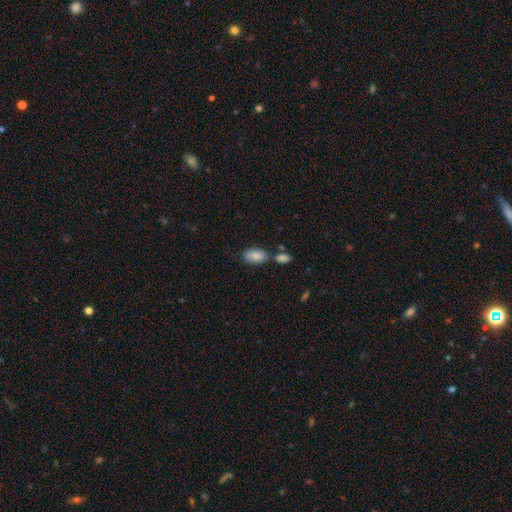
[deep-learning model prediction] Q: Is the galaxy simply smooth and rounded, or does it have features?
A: smooth — 87%.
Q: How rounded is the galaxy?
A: in between — 94%.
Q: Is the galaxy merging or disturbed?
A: none — 67%.